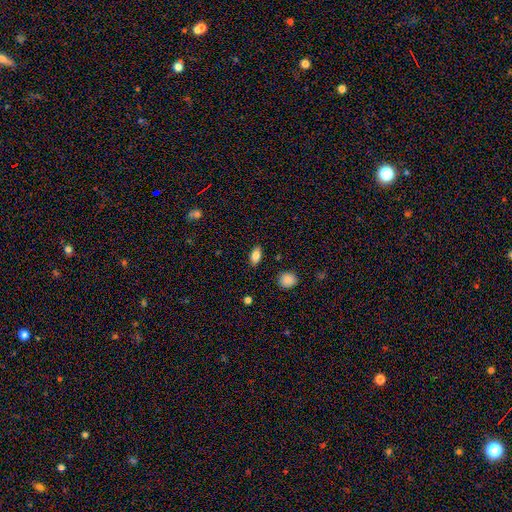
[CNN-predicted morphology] Smooth or featured? Predicted: smooth (p=0.82). How rounded? Predicted: in between (p=0.87). Merging? Predicted: none (p=0.87).